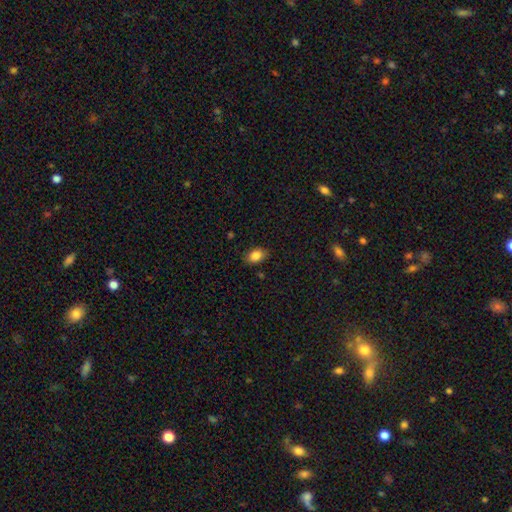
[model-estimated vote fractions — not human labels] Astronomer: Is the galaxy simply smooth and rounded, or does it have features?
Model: smooth — 85%.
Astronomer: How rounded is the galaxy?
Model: in between — 81%.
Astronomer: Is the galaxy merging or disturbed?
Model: none — 84%.